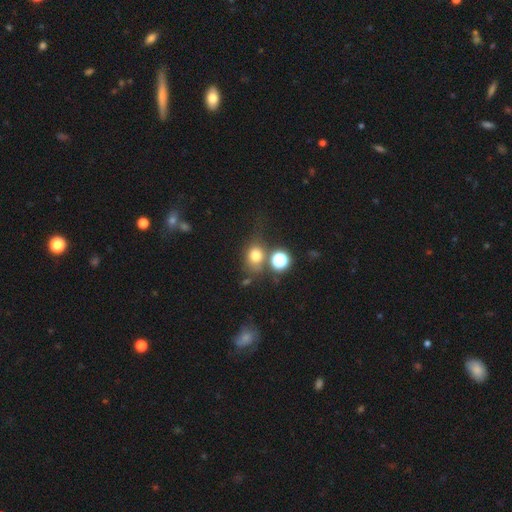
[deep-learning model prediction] smooth-or-featured: smooth: 73% | star or artifact: 17% | featured or disk: 11%
  how-rounded: round: 58% | in between: 40% | cigar-shaped: 2%
  merging: none: 56% | minor disturbance: 17% | merger: 17% | major disturbance: 10%